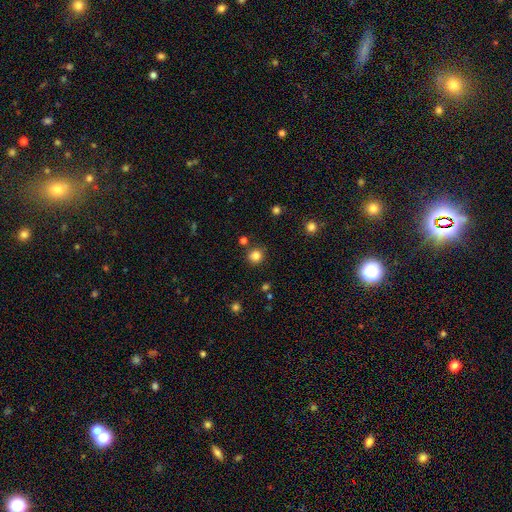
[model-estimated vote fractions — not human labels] smooth_or_featured: smooth (p=0.83) [alt: star or artifact p=0.13]
how_rounded: round (p=0.91) [alt: in between p=0.08]
merging: none (p=0.85) [alt: minor disturbance p=0.08]